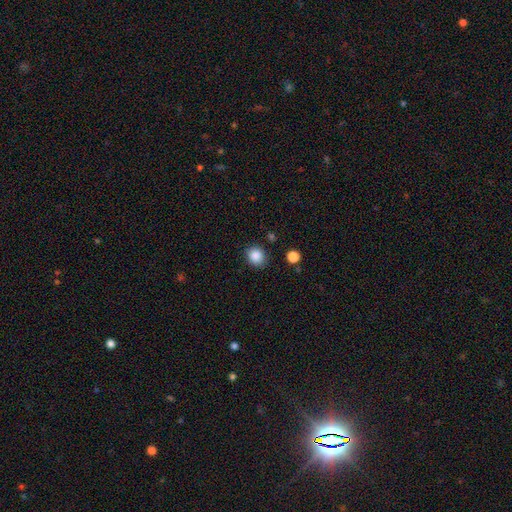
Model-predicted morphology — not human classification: Smooth or featured: smooth — 87% (star or artifact — 10%)
How rounded: round — 77% (in between — 22%)
Merging: none — 85% (minor disturbance — 10%)